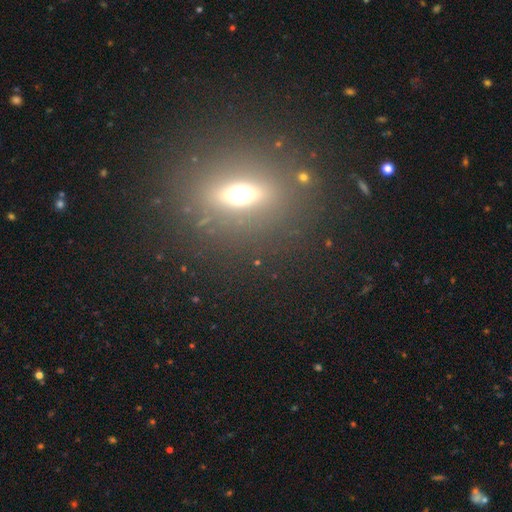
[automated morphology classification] type=featured or disk (44%); merging=none (88%).